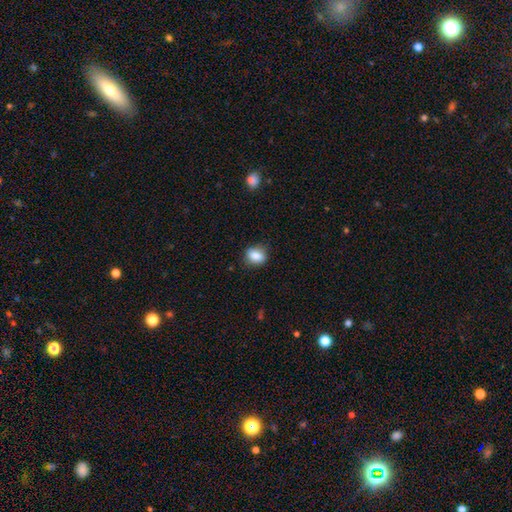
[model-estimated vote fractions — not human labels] Morphology: type=smooth (86%); roundness=in between (59%); merging=none (78%).